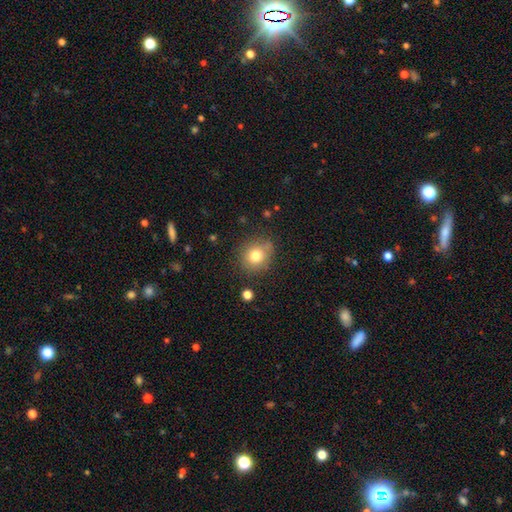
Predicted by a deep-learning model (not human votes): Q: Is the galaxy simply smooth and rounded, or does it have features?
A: smooth — 78%.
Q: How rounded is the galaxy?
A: round — 79%.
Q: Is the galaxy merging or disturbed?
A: none — 79%.